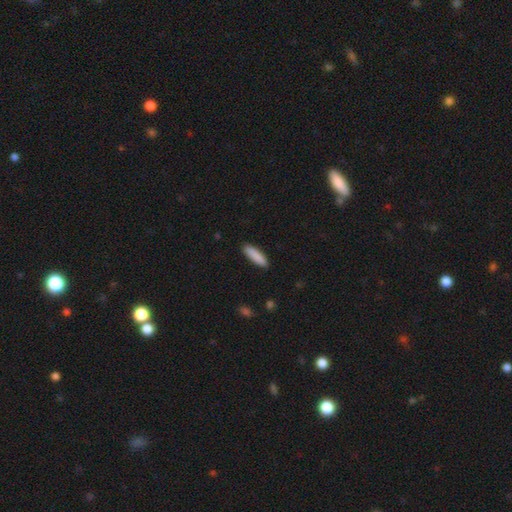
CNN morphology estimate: type=smooth (89%); roundness=cigar-shaped (69%); merging=none (91%).